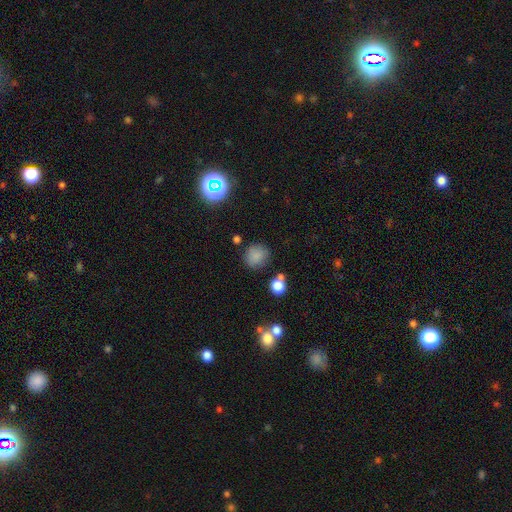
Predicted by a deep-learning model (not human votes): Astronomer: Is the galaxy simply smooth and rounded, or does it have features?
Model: smooth — 80%.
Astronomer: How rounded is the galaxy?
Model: round — 86%.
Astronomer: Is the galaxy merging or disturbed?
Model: none — 77%.